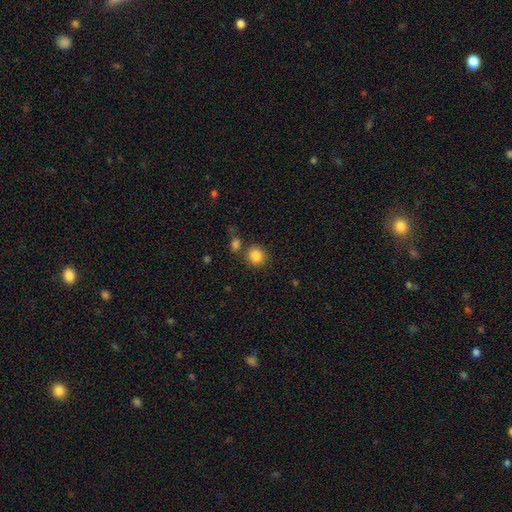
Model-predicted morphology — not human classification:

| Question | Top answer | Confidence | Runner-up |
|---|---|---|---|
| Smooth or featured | smooth | 85% | star or artifact (10%) |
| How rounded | round | 87% | in between (12%) |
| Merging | none | 76% | merger (11%) |